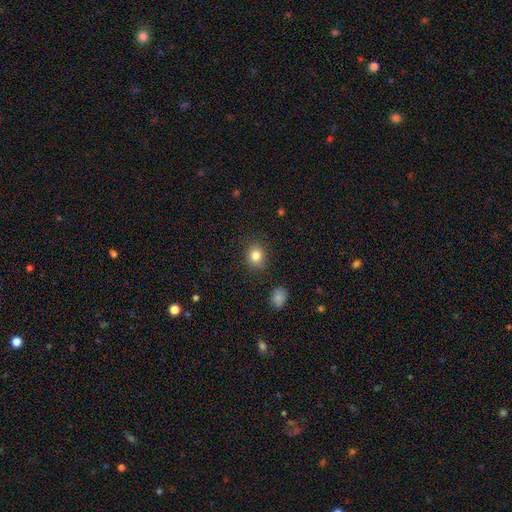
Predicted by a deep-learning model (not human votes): The model was most divided on "how rounded": round: 71%, in between: 28%, cigar-shaped: 1%. More confident: merging — none (84%); smooth or featured — smooth (83%).